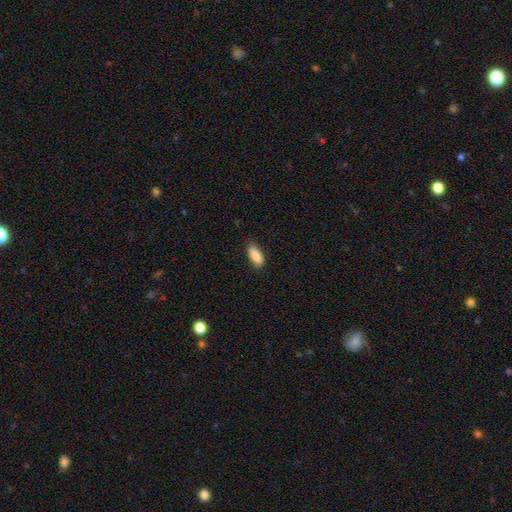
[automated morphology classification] This is clearly a smooth galaxy (88%). How rounded: clearly in between (81%). Merging: clearly none (83%).